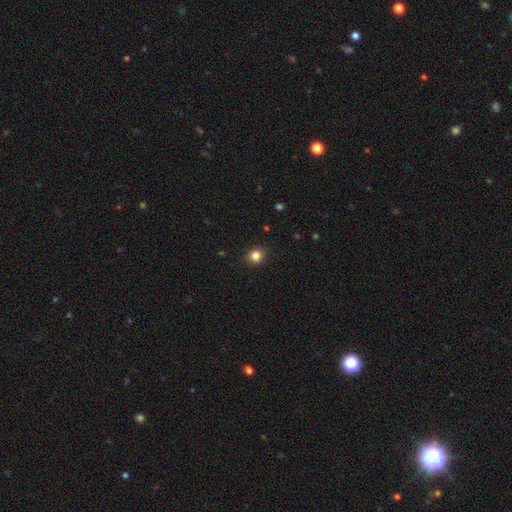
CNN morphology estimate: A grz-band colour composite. It shows a smooth galaxy with no disk features (84%) that is round (86%). Merging: none (91%).